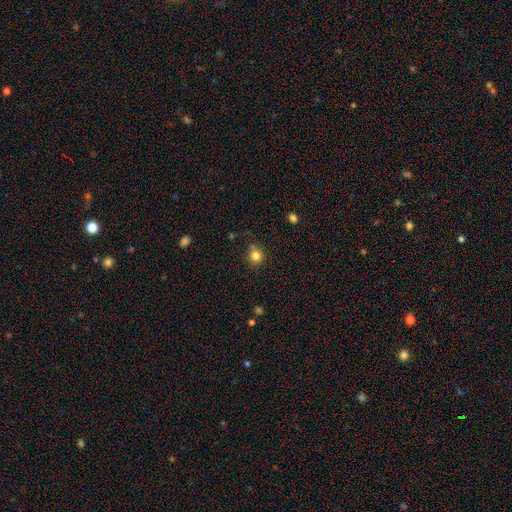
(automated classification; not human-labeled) smooth_or_featured: smooth (p=0.81) [alt: star or artifact p=0.13]
how_rounded: round (p=0.90) [alt: in between p=0.09]
merging: none (p=0.78) [alt: minor disturbance p=0.12]